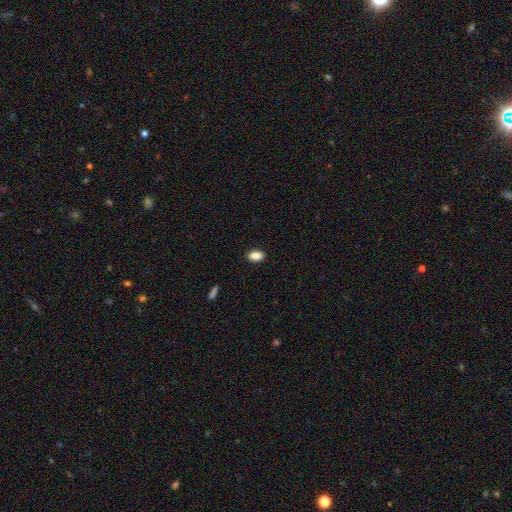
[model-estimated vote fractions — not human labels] Smooth or featured: smooth — 88% (star or artifact — 8%)
How rounded: in between — 90% (round — 8%)
Merging: none — 89% (minor disturbance — 8%)